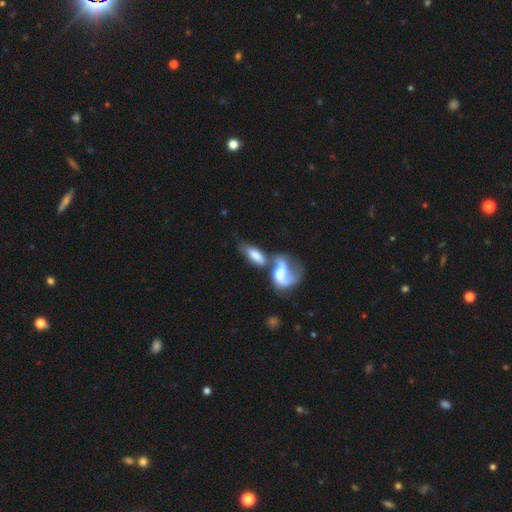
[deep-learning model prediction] A smooth galaxy with no disk features (55%) that is in between round and cigar-shaped (76%). Merging: merger (62%).